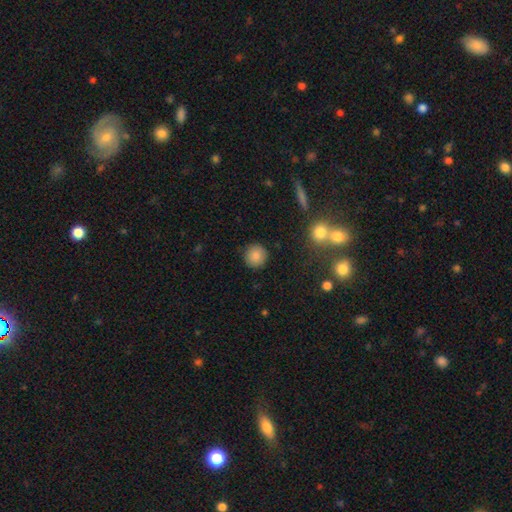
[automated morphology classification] Q: Smooth or featured?
A: smooth (84%); runner-up: star or artifact (10%)
Q: How rounded?
A: round (94%); runner-up: in between (5%)
Q: Merging?
A: none (90%); runner-up: minor disturbance (6%)